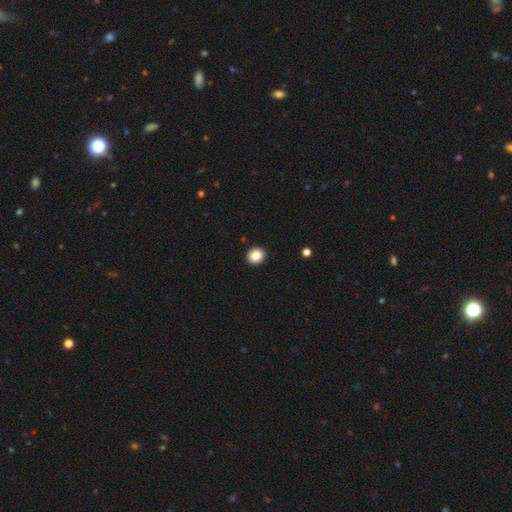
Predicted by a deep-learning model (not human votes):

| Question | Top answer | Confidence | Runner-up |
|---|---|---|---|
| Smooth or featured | smooth | 86% | star or artifact (9%) |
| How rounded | round | 72% | in between (27%) |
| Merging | none | 93% | minor disturbance (5%) |